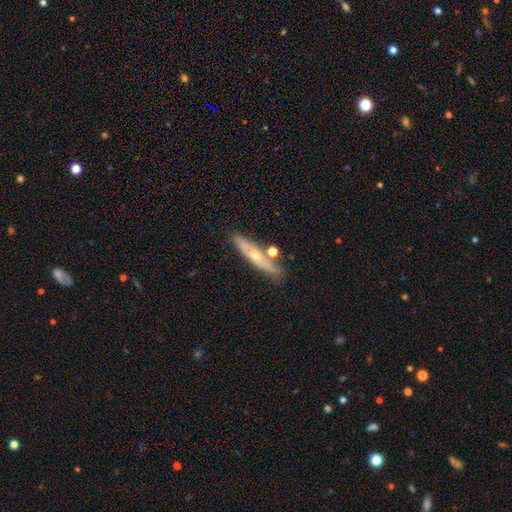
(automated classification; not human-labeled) This is possibly a featured or disk galaxy (50%). It is clearly viewed edge-on (82%). Merging: likely none (76%).